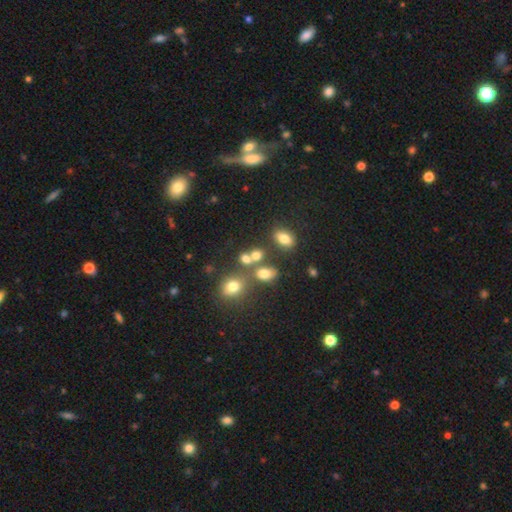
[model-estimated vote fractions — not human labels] The model was most divided on "how rounded": in between: 49%, round: 48%, cigar-shaped: 3%. Remaining: smooth or featured — smooth (68%); merging — none (45%).